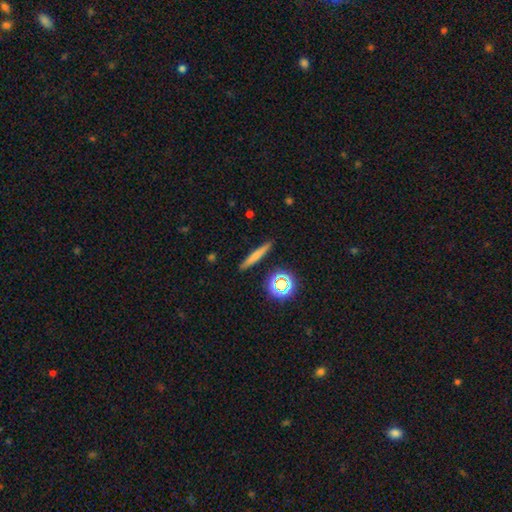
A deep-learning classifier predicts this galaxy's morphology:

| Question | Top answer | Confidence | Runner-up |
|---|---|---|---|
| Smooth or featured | smooth | 62% | featured or disk (26%) |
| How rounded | cigar-shaped | 90% | in between (6%) |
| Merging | none | 89% | minor disturbance (7%) |